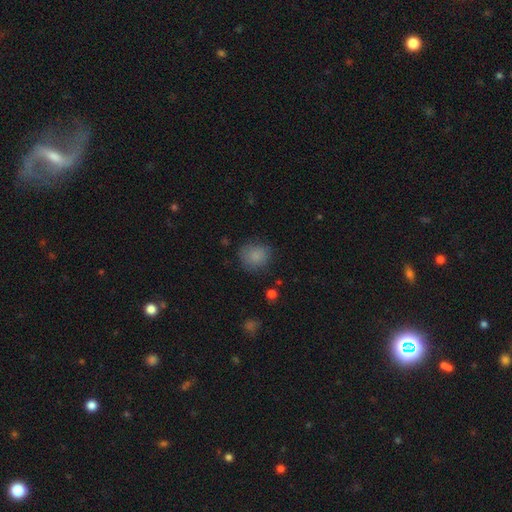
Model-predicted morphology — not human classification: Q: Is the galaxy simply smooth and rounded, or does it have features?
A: smooth — 84%.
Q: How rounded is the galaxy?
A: round — 85%.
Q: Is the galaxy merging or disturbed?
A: none — 78%.